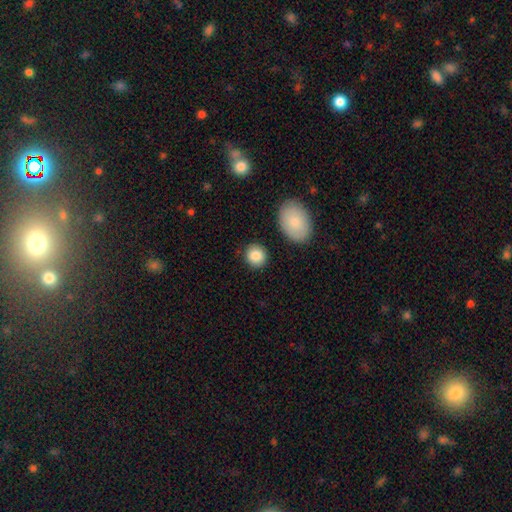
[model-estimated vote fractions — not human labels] smooth_or_featured: smooth (p=0.86) [alt: star or artifact p=0.08]
how_rounded: round (p=0.83) [alt: in between p=0.16]
merging: none (p=0.85) [alt: minor disturbance p=0.08]